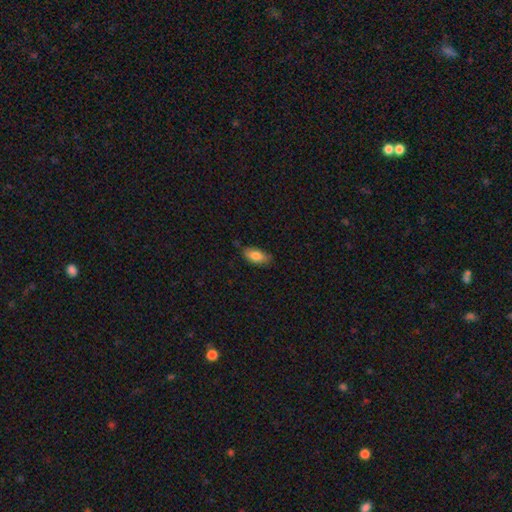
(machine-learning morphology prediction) Smooth or featured: smooth — 81% (featured or disk — 12%)
How rounded: in between — 89% (cigar-shaped — 8%)
Merging: none — 76% (minor disturbance — 20%)